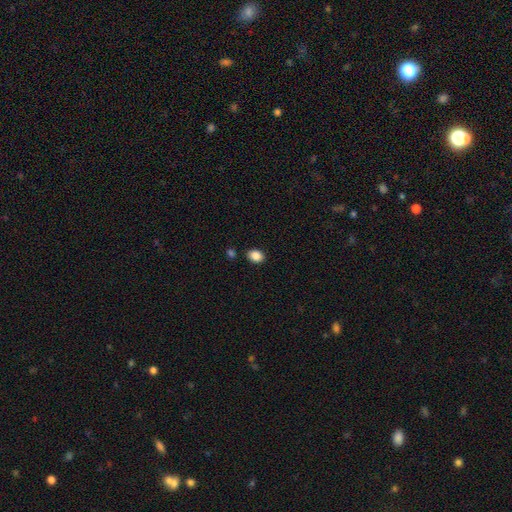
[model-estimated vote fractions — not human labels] The model was most divided on "how rounded": in between: 67%, round: 32%, cigar-shaped: 1%. More confident: smooth or featured — smooth (87%); merging — none (86%).